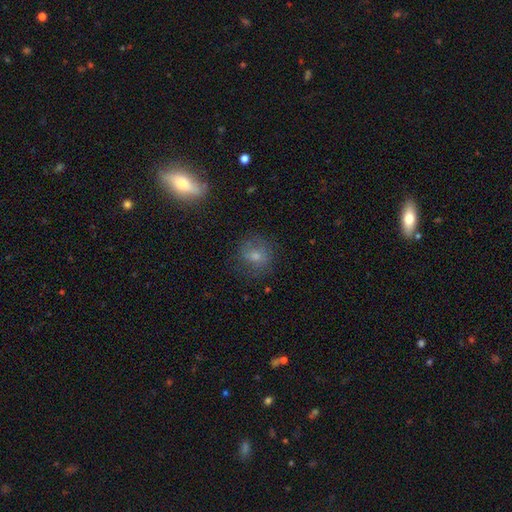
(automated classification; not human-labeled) smooth-or-featured: smooth: 67% | featured or disk: 20% | star or artifact: 14%
  how-rounded: round: 82% | in between: 17% | cigar-shaped: 1%
  merging: none: 68% | minor disturbance: 19% | major disturbance: 11% | merger: 2%